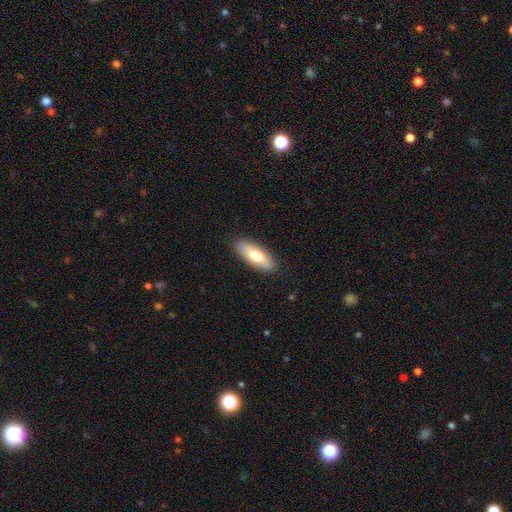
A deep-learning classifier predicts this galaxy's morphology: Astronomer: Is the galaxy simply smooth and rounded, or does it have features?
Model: smooth — 74%.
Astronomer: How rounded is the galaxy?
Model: in between — 65%.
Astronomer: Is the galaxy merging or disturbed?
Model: none — 88%.